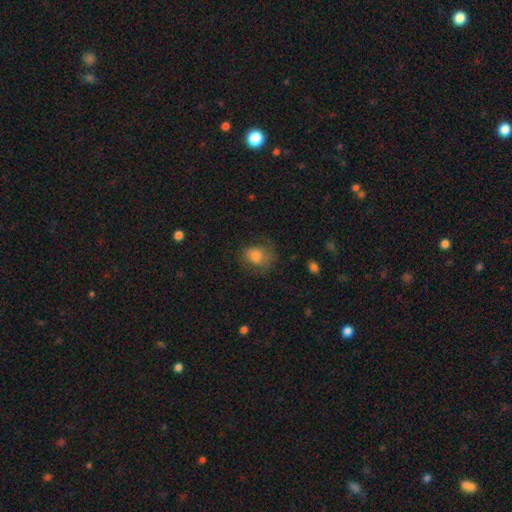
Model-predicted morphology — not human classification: This is likely a smooth galaxy (72%). How rounded: possibly round (52%). Merging: possibly none (55%).